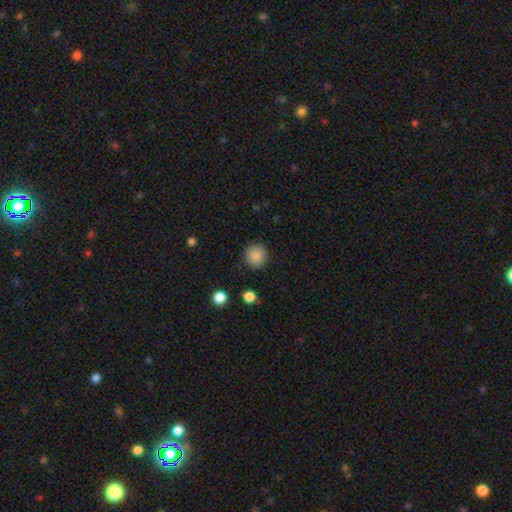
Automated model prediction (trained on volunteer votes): Morphology: type=smooth (87%); roundness=round (91%); merging=none (89%).